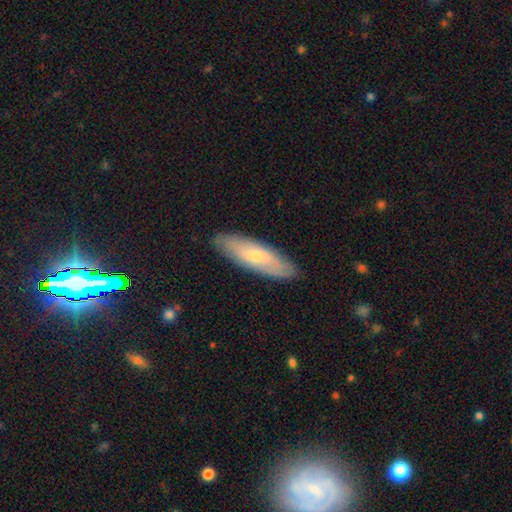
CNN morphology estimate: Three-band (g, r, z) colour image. It shows a smooth galaxy with no disk features (54%) that is cigar-shaped (55%). Merging: none (86%).